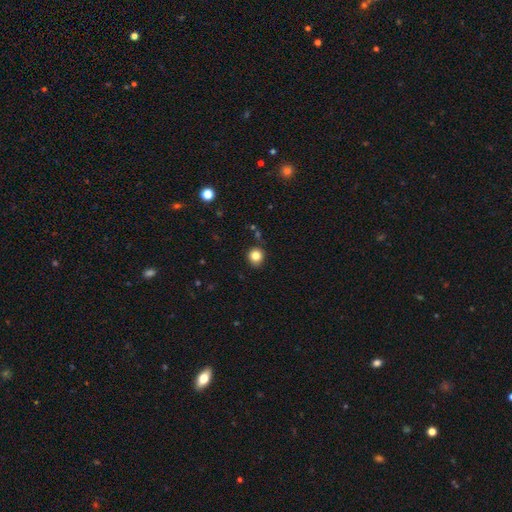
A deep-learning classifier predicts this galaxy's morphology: Q: Smooth or featured?
A: smooth (82%); runner-up: star or artifact (12%)
Q: How rounded?
A: round (87%); runner-up: in between (12%)
Q: Merging?
A: none (87%); runner-up: minor disturbance (9%)